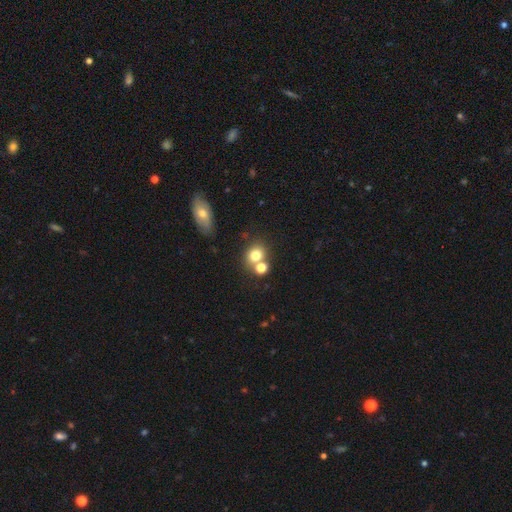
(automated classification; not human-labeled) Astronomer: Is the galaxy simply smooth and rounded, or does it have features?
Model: smooth — 74%.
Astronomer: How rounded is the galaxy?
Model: round — 67%.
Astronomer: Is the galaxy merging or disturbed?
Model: none — 53% (runner-up: merger, 33%).